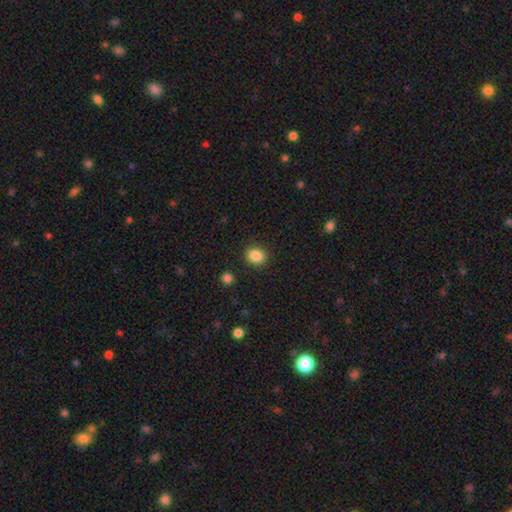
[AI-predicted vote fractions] Overall: smooth (86%). How rounded: round (71%). Merging: none (88%).